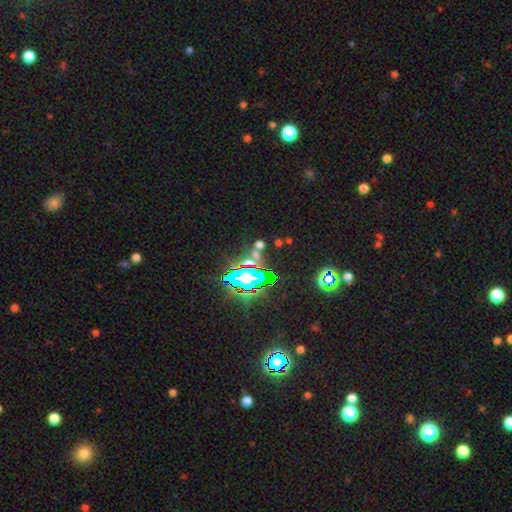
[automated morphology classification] This is likely a star or artifact rather than a galaxy (64%).